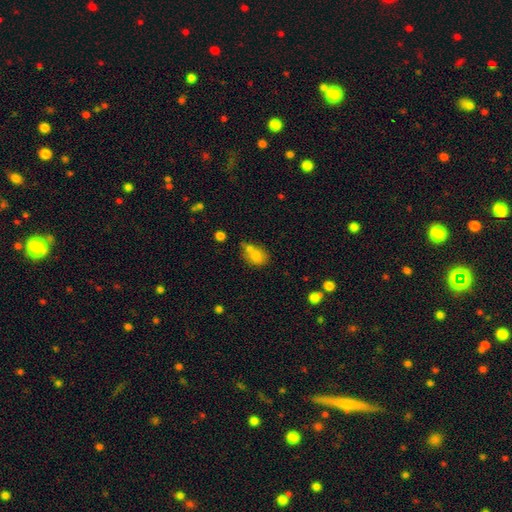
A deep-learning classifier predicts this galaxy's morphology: This is likely a smooth galaxy (76%). How rounded: possibly in between (56%). Merging: marginally none (42%).